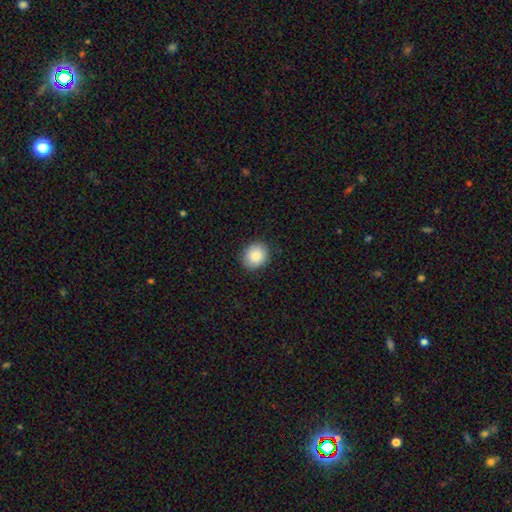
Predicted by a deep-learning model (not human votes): This is clearly a smooth galaxy (88%). How rounded: likely round (66%). Merging: clearly none (88%).